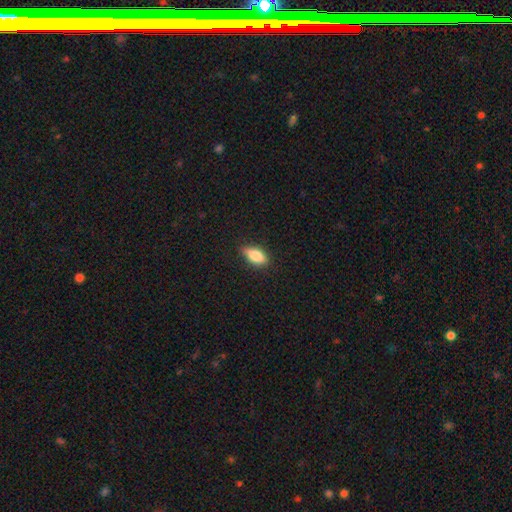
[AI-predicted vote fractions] Smooth or featured?
  - smooth: 82% *
  - featured or disk: 11%
  - star or artifact: 7%
How rounded?
  - in between: 83% *
  - cigar-shaped: 13%
  - round: 4%
Merging?
  - none: 80% *
  - minor disturbance: 16%
  - major disturbance: 3%
  - merger: 1%